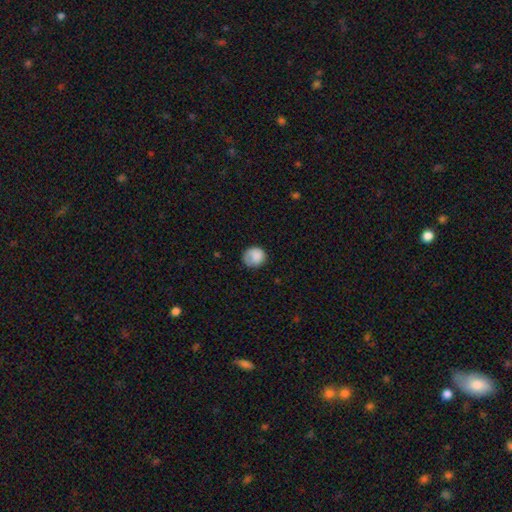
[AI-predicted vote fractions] Morphology: type=smooth (85%); roundness=round (81%); merging=none (67%).